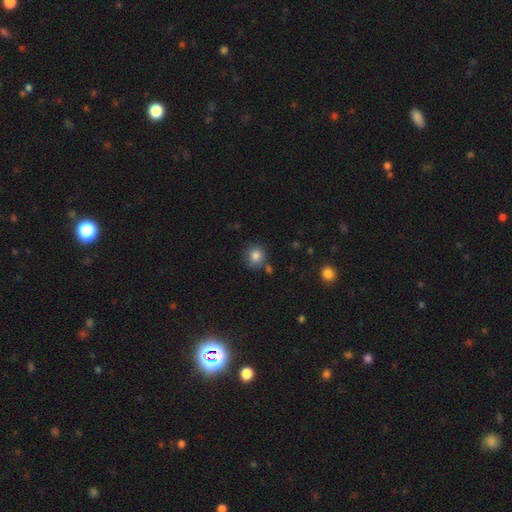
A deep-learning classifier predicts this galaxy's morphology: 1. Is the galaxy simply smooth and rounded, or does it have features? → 83% smooth, 11% star or artifact, 6% featured or disk.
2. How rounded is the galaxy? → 87% round, 12% in between, 1% cigar-shaped.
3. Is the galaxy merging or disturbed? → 76% none, 13% minor disturbance, 8% merger, 3% major disturbance.